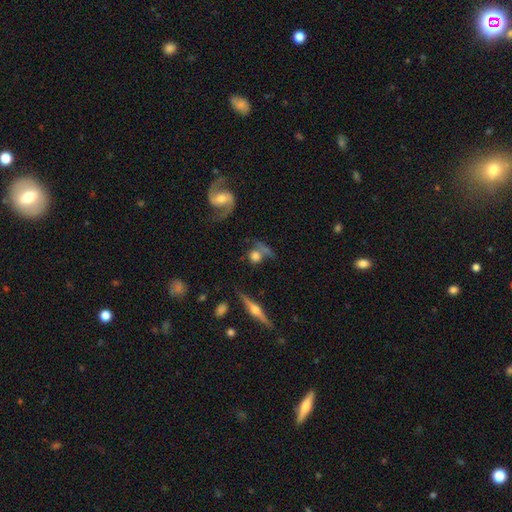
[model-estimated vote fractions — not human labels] Smooth or featured? smooth (53%)
How rounded? round (79%)
Merging? none (51%)